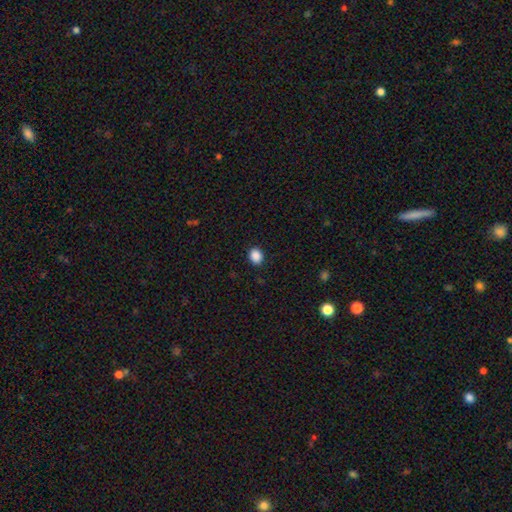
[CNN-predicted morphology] A smooth galaxy with no disk features (89%) that is round (53%). Merging: none (89%).